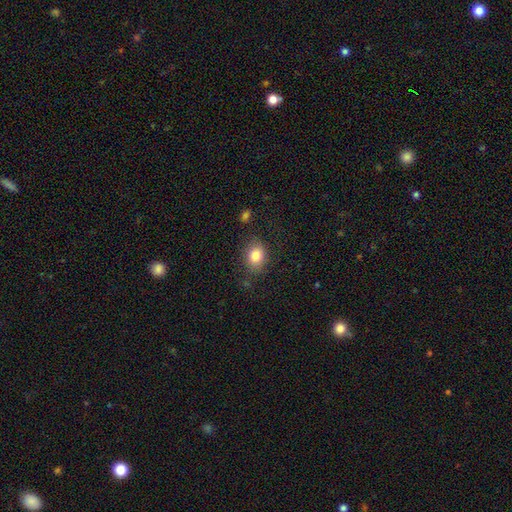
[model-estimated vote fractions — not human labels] Morphology: type=smooth (82%); roundness=in between (56%); merging=none (80%).